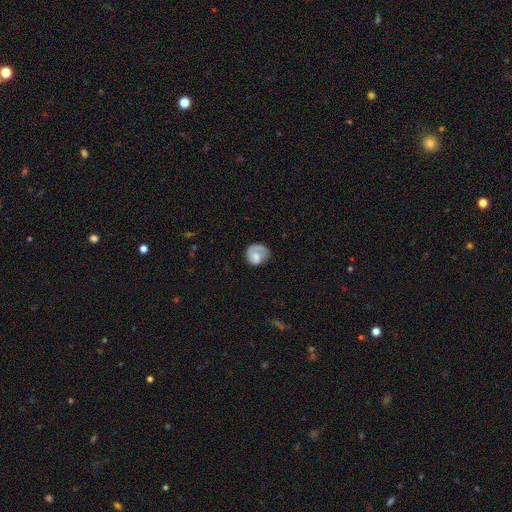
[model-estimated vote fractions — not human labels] This is possibly a smooth galaxy (50%). How rounded: likely round (68%). Merging: possibly none (48%).